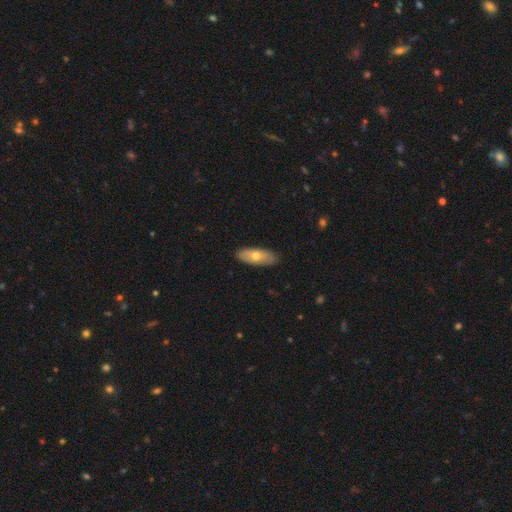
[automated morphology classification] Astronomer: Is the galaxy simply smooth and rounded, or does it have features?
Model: smooth — 65%.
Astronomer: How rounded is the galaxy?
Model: in between — 73%.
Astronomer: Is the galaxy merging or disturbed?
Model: none — 89%.